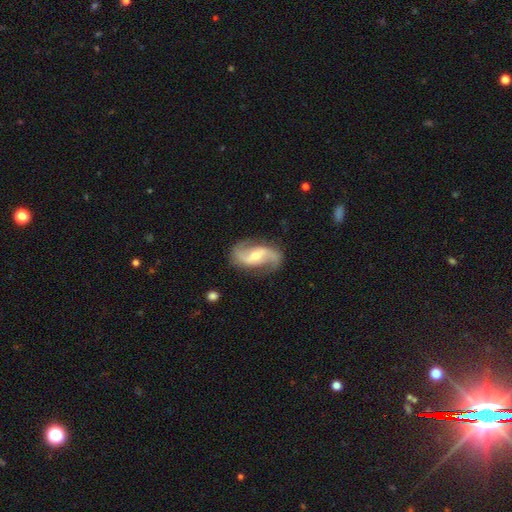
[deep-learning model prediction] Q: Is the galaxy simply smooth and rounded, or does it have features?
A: featured or disk — 87%.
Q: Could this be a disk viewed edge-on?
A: no — 97%.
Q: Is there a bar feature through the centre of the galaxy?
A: weak — 46%.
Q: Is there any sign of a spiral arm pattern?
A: yes — 96%.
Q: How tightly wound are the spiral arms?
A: loose — 54%.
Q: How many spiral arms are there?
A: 2 — 93%.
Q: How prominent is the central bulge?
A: moderate — 50%.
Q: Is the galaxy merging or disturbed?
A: none — 80%.